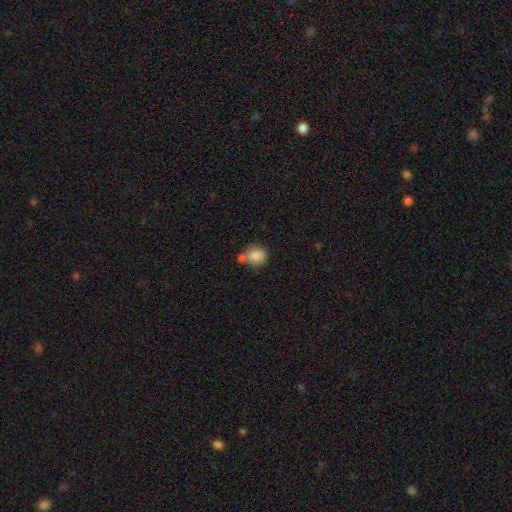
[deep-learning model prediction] A smooth galaxy with no disk features (85%) that is round (73%). Merging: none (55%).